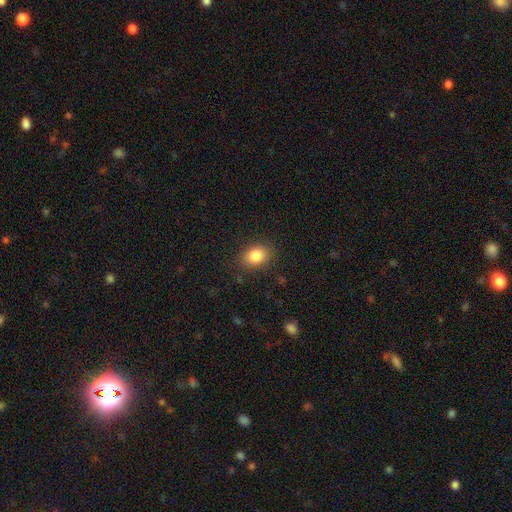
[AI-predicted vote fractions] Q: Smooth or featured?
A: smooth (85%); runner-up: star or artifact (9%)
Q: How rounded?
A: in between (65%); runner-up: round (34%)
Q: Merging?
A: none (85%); runner-up: minor disturbance (10%)